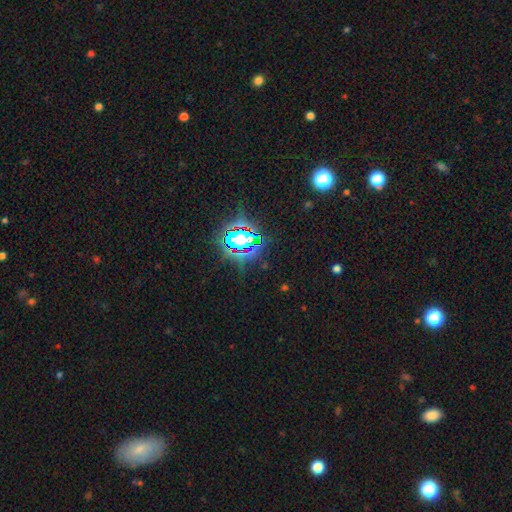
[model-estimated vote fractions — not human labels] A star or artifact, not a galaxy (81%).

Vote fractions:
- Smooth or featured? star or artifact: 81% / smooth: 11% / featured or disk: 8%